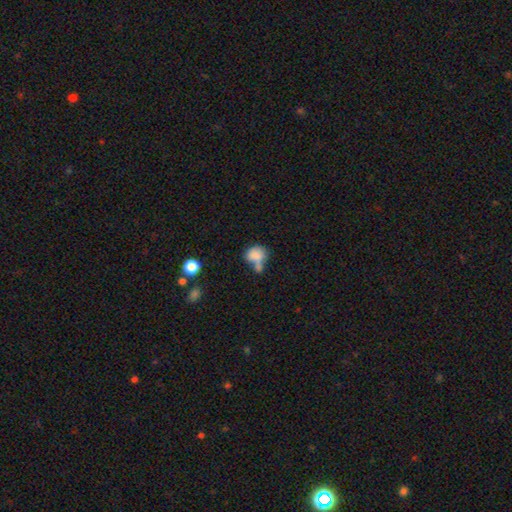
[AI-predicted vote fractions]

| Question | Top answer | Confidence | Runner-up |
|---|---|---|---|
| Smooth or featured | smooth | 78% | featured or disk (12%) |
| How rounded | in between | 54% | round (45%) |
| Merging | merger | 45% | none (28%) |